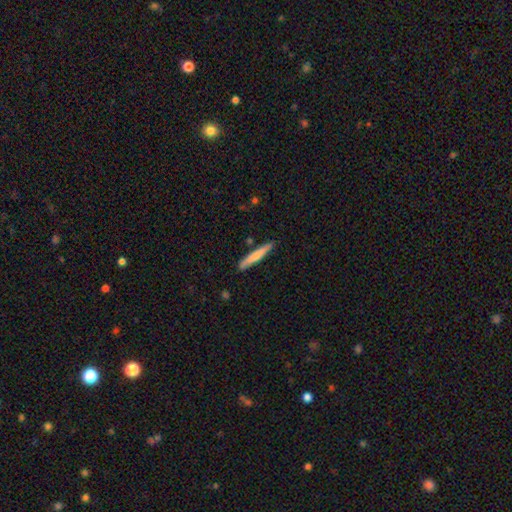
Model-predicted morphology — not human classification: A smooth galaxy with no disk features (70%) that is cigar-shaped (95%). Merging: none (86%).